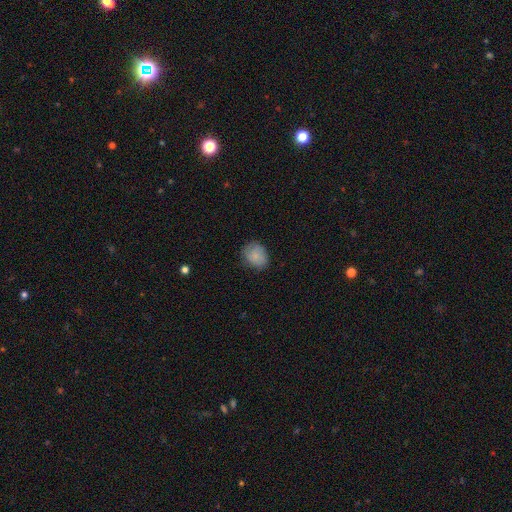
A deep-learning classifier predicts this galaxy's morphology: Q: Smooth or featured?
A: smooth (84%); runner-up: featured or disk (8%)
Q: How rounded?
A: round (54%); runner-up: in between (45%)
Q: Merging?
A: none (76%); runner-up: minor disturbance (19%)